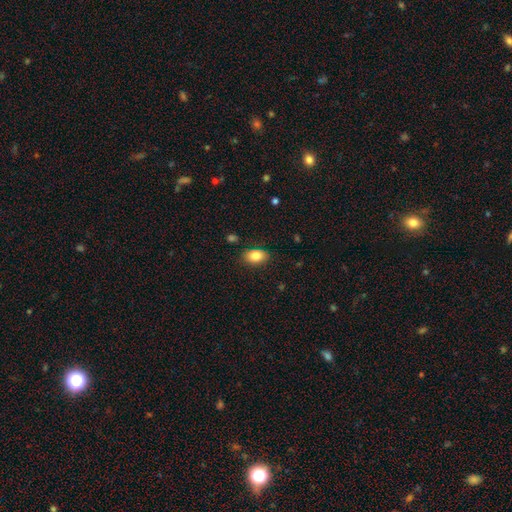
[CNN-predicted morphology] The model was most divided on "how rounded": in between: 85%, round: 14%, cigar-shaped: 1%. More confident: merging — none (84%); smooth or featured — smooth (84%).